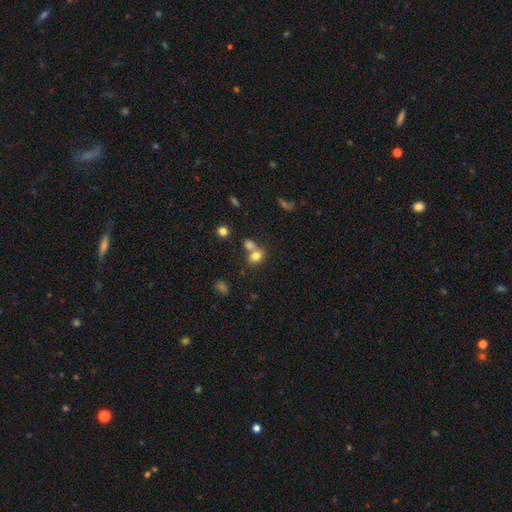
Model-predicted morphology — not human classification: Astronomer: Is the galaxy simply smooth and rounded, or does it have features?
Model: smooth — 77%.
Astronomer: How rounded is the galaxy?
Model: in between — 69%.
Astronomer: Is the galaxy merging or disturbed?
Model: merger — 46% (runner-up: none, 39%).